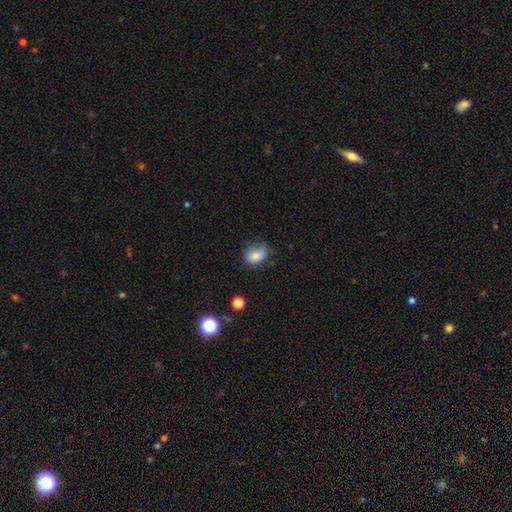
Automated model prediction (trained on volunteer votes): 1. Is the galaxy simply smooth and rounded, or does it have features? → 80% smooth, 10% star or artifact, 10% featured or disk.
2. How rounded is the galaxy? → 60% in between, 39% round, 1% cigar-shaped.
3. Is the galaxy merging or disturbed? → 52% none, 34% minor disturbance, 12% major disturbance, 2% merger.